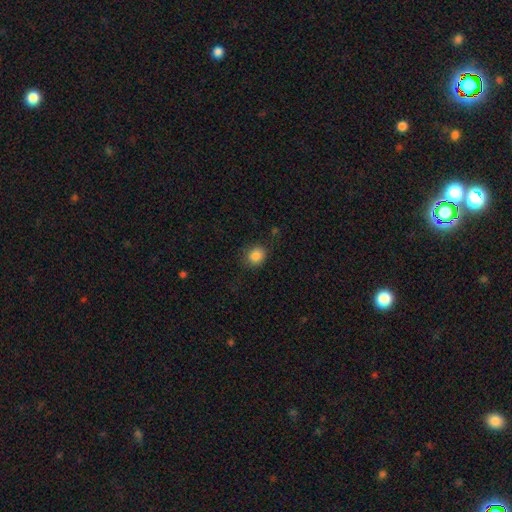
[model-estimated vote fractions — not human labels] smooth_or_featured: smooth (p=0.85) [alt: star or artifact p=0.10]
how_rounded: round (p=0.73) [alt: in between p=0.26]
merging: none (p=0.83) [alt: minor disturbance p=0.12]